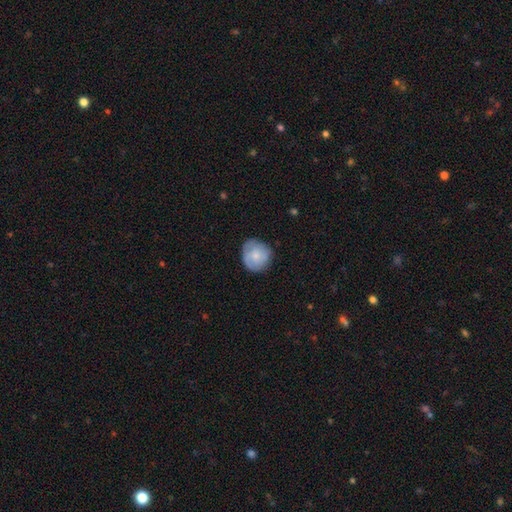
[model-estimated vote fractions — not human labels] Smooth or featured? smooth (66%)
How rounded? round (85%)
Merging? none (72%)